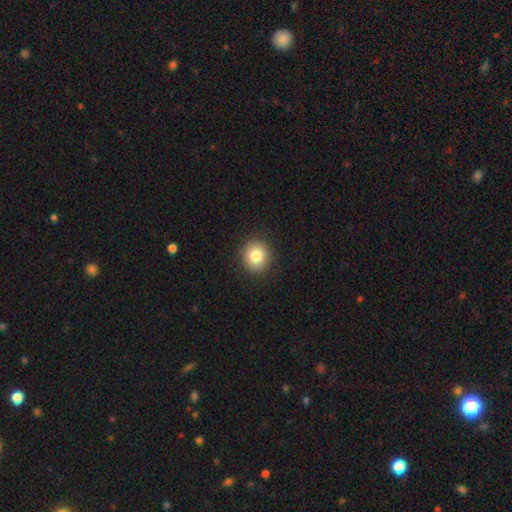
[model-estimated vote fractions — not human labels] This is clearly a smooth galaxy (83%). How rounded: clearly round (82%). Merging: clearly none (91%).